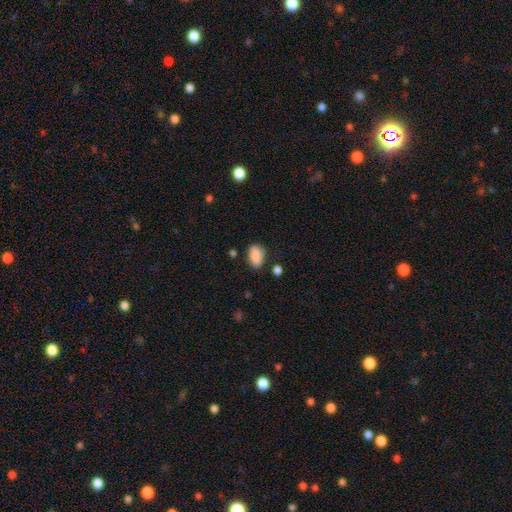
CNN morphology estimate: This is clearly a smooth galaxy (87%). How rounded: clearly in between (88%). Merging: likely none (73%).